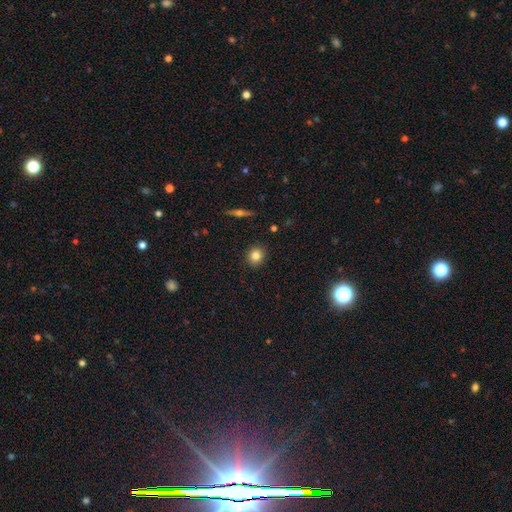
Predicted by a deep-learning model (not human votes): smooth-or-featured: smooth: 81% | star or artifact: 10% | featured or disk: 9%
  how-rounded: round: 84% | in between: 15% | cigar-shaped: 1%
  merging: none: 91% | minor disturbance: 6% | major disturbance: 2% | merger: 1%